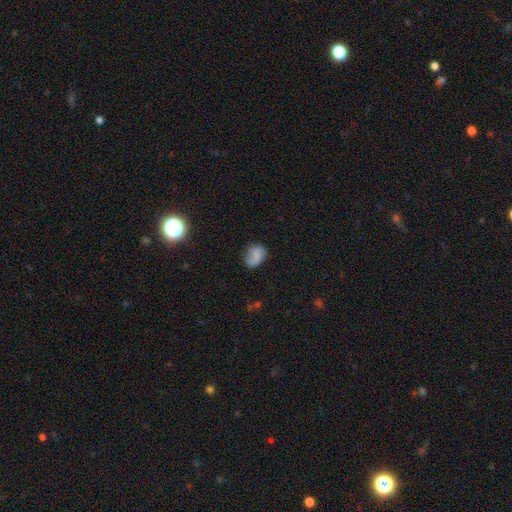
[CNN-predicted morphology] Smooth or featured? smooth (60%)
How rounded? in between (59%)
Merging? none (61%)